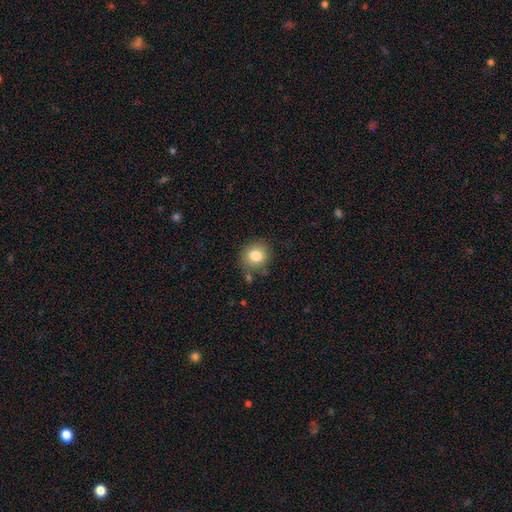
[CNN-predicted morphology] A smooth galaxy with no disk features (82%) that is round (80%). Merging: none (80%).